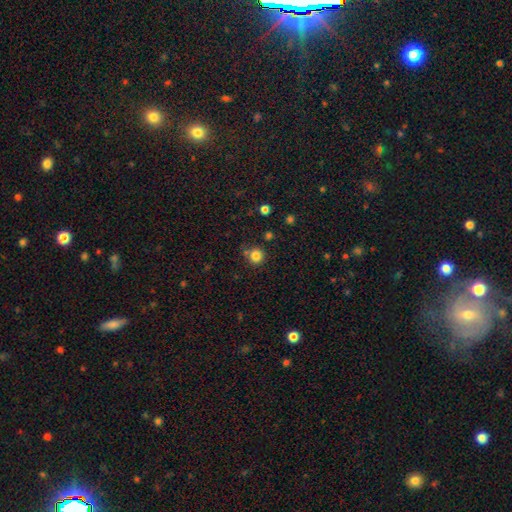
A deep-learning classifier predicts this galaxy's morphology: This is clearly a smooth galaxy (83%). How rounded: clearly round (93%). Merging: likely none (79%).